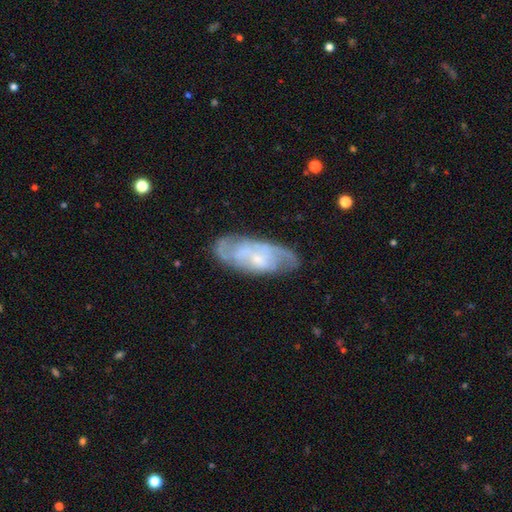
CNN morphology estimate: This appears to be a featured or disk galaxy (72%) with no bar (64%), tight (48%) spiral arms (85%) and a small central bulge (59%). Merging: none (71%).